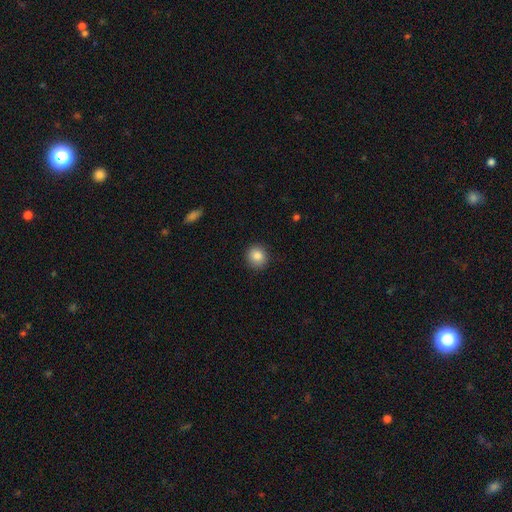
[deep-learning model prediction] smooth-or-featured: smooth: 85% | star or artifact: 9% | featured or disk: 6%
  how-rounded: round: 90% | in between: 10% | cigar-shaped: 1%
  merging: none: 90% | minor disturbance: 7% | major disturbance: 2% | merger: 1%